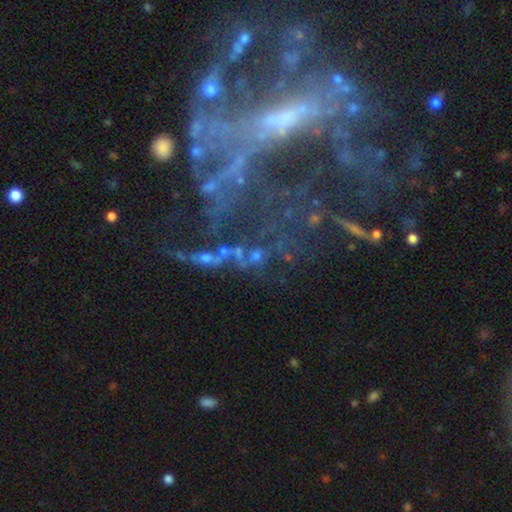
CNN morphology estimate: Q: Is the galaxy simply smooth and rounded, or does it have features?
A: star or artifact — 40%.